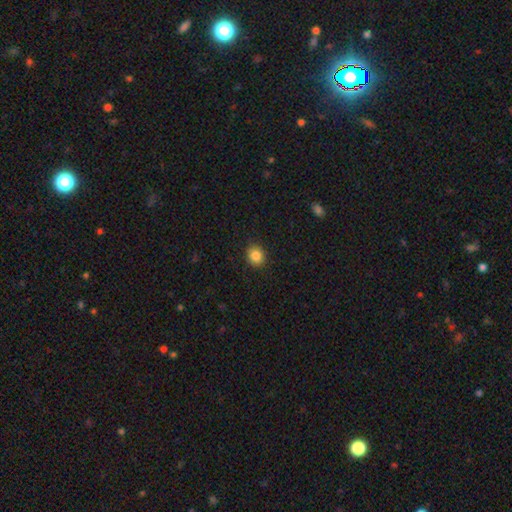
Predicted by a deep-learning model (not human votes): Morphology: type=smooth (86%); roundness=round (72%); merging=none (89%).